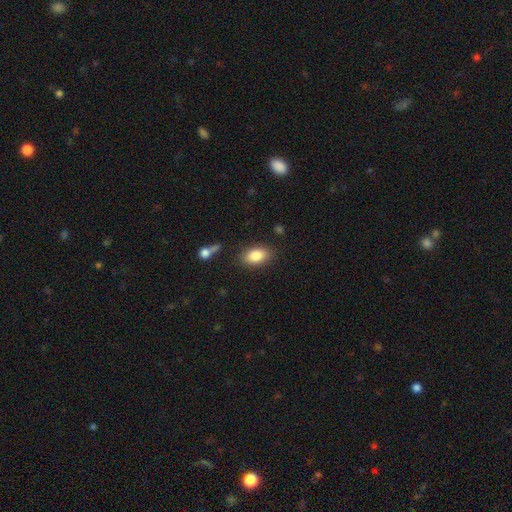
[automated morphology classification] type=smooth (85%); roundness=in between (89%); merging=none (83%).